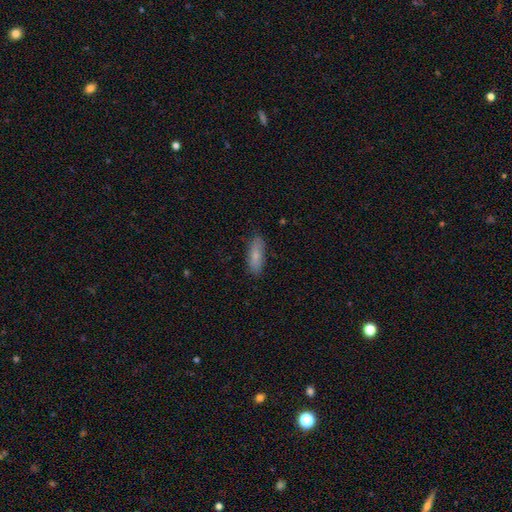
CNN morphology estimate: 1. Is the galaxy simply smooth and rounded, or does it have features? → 80% smooth, 14% featured or disk, 6% star or artifact.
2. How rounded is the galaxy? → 62% in between, 36% cigar-shaped, 2% round.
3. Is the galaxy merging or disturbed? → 85% none, 12% minor disturbance, 2% major disturbance, 1% merger.